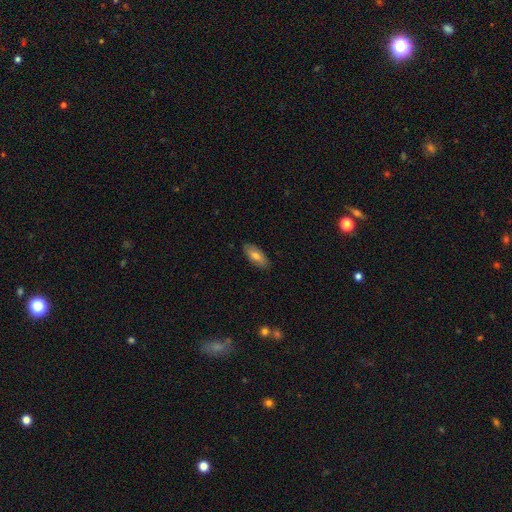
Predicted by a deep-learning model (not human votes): The model was most divided on "smooth or featured": smooth: 70%, featured or disk: 24%, star or artifact: 6%. More confident: merging — none (87%); how rounded — in between (84%).